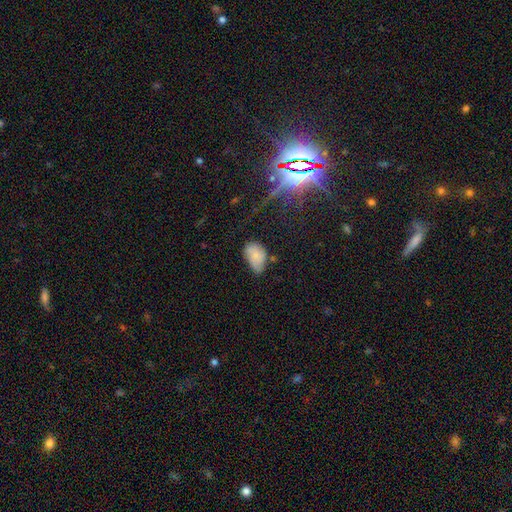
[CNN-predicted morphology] type=smooth (75%); roundness=in between (87%); merging=minor disturbance (44%).